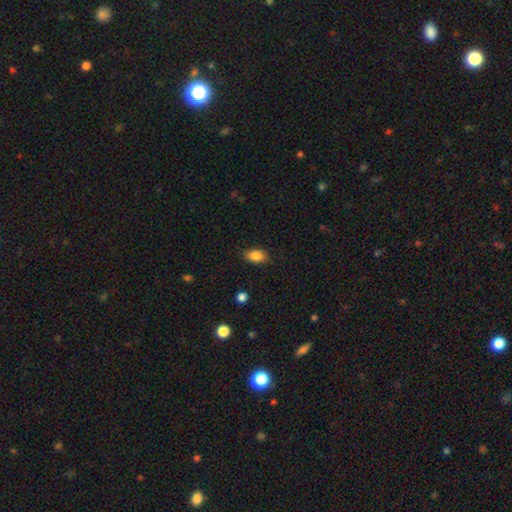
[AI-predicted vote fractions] Smooth or featured: smooth — 86% (star or artifact — 8%)
How rounded: in between — 88% (round — 10%)
Merging: none — 85% (minor disturbance — 11%)